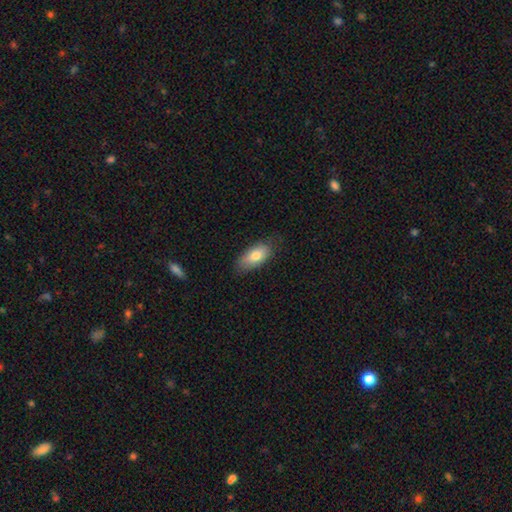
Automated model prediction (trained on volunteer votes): Smooth or featured?
  - smooth: 78% *
  - featured or disk: 16%
  - star or artifact: 6%
How rounded?
  - in between: 89% *
  - cigar-shaped: 8%
  - round: 3%
Merging?
  - none: 78% *
  - minor disturbance: 17%
  - major disturbance: 3%
  - merger: 1%